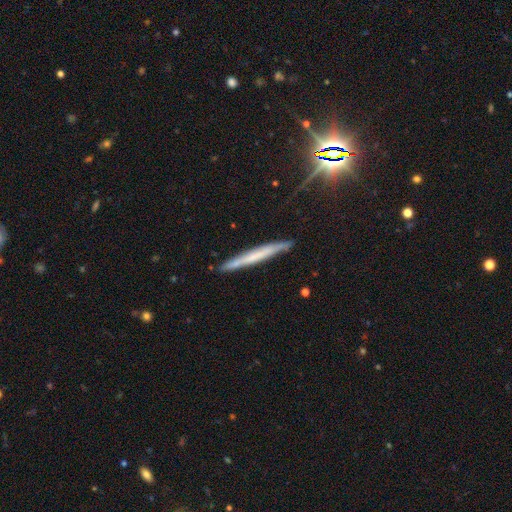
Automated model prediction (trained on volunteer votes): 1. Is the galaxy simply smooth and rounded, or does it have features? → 47% smooth, 43% featured or disk, 10% star or artifact.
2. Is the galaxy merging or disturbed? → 88% none, 9% minor disturbance, 2% major disturbance, 1% merger.